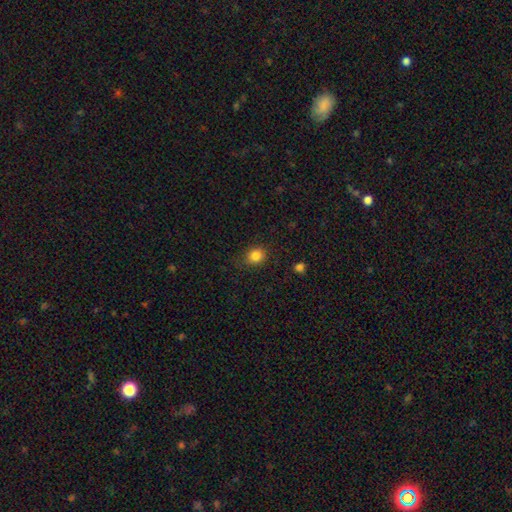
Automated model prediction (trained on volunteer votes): The model was most divided on "how rounded": round: 66%, in between: 33%, cigar-shaped: 1%. More confident: smooth or featured — smooth (84%); merging — none (81%).